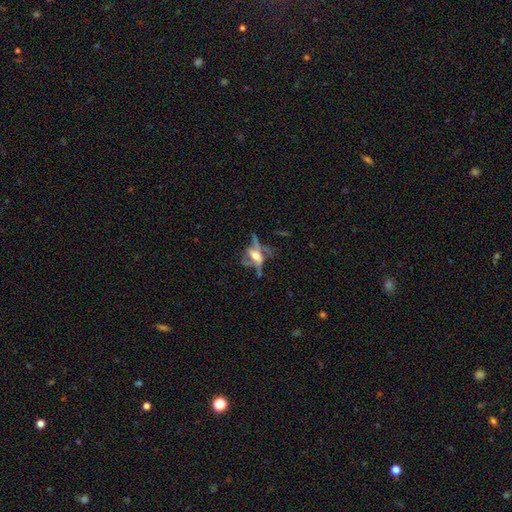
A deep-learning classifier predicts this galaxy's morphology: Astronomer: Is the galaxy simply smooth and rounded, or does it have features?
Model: featured or disk — 65%.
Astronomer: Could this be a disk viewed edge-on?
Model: yes — 65%.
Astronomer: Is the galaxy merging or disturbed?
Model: none — 48%.